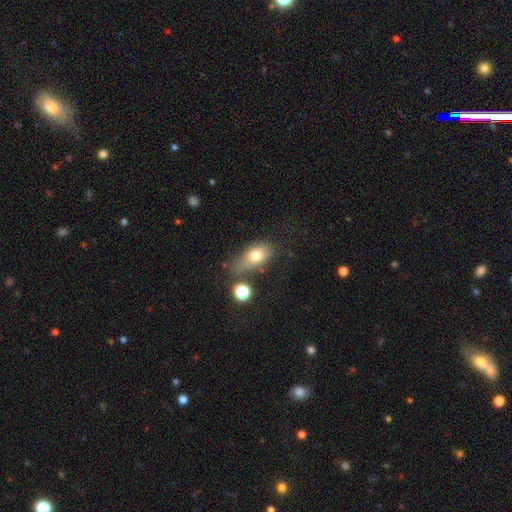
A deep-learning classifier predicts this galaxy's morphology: smooth 73%, featured or disk 17%, star or artifact 10%. Down the decision tree: how rounded — in between (81%); merging — none (44%).